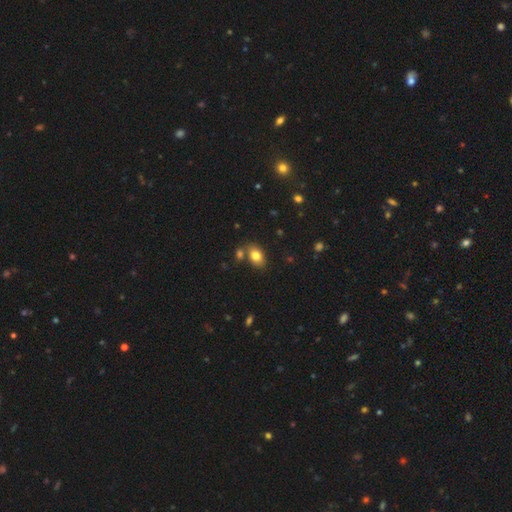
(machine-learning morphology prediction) Smooth or featured: smooth — 80% (featured or disk — 11%)
How rounded: in between — 84% (round — 15%)
Merging: none — 67% (merger — 17%)